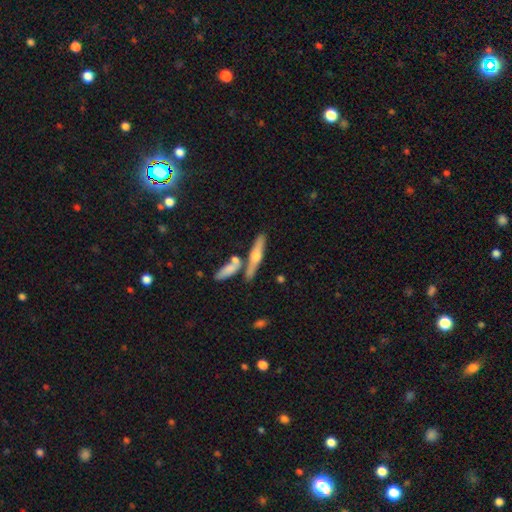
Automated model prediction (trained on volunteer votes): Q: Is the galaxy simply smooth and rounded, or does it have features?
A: featured or disk — 57%.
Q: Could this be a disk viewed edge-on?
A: yes — 93%.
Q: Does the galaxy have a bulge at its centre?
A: rounded — 91%.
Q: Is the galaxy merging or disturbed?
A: none — 69%.